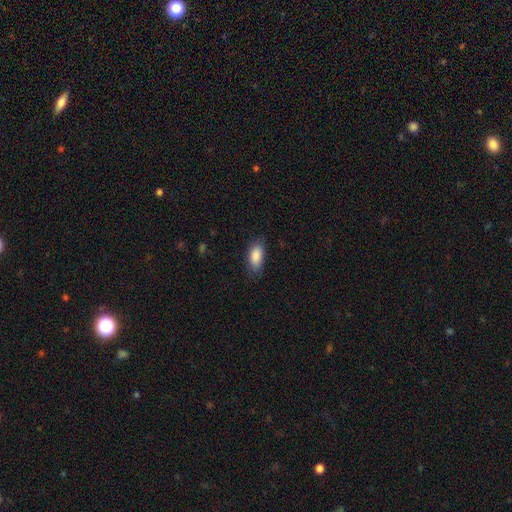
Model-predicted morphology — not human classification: Smooth or featured: smooth — 87% (star or artifact — 6%)
How rounded: in between — 89% (cigar-shaped — 8%)
Merging: none — 80% (minor disturbance — 15%)